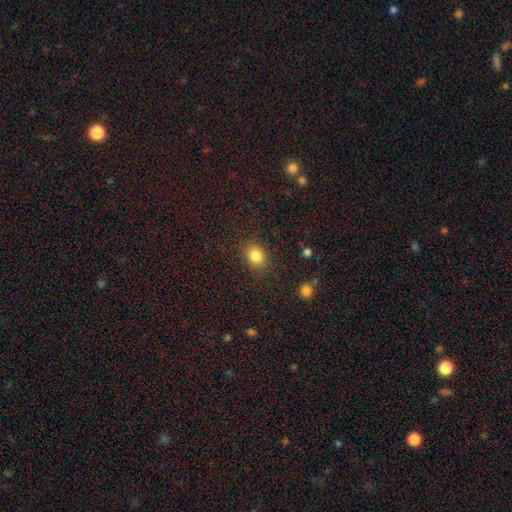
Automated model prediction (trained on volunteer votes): Smooth or featured: smooth — 83% (star or artifact — 11%)
How rounded: round — 53% (in between — 46%)
Merging: none — 83% (minor disturbance — 11%)